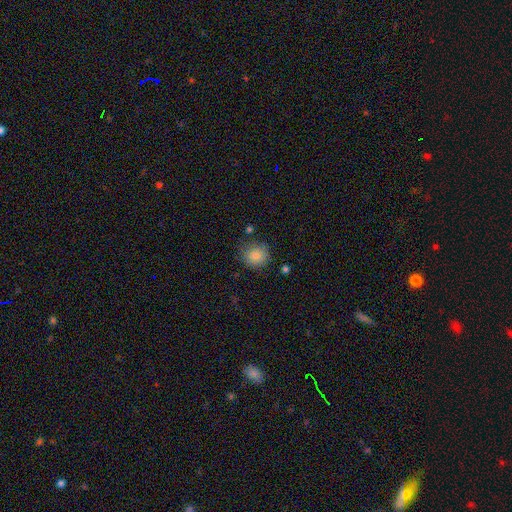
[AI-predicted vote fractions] Morphology: type=smooth (84%); roundness=round (86%); merging=none (76%).